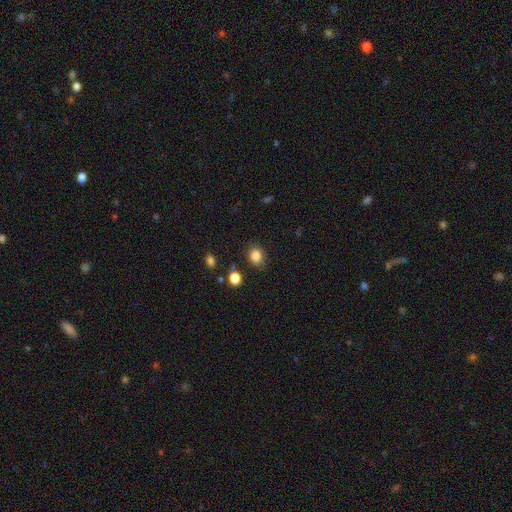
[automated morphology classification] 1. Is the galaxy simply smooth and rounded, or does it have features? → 84% smooth, 11% star or artifact, 5% featured or disk.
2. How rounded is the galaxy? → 57% round, 42% in between, 1% cigar-shaped.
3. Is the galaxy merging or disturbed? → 81% none, 13% minor disturbance, 3% major disturbance, 3% merger.